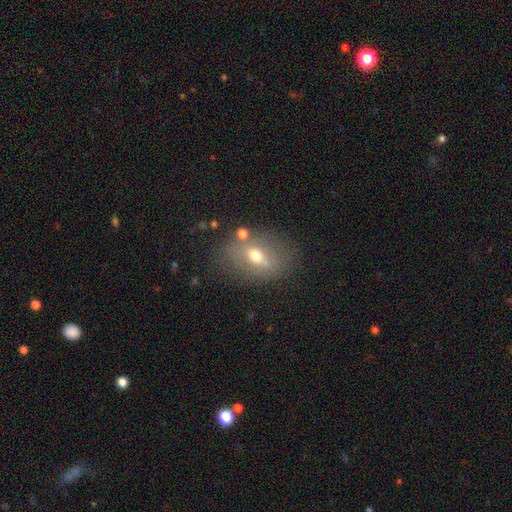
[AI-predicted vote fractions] This is possibly a smooth galaxy (54%). How rounded: likely in between (72%). Merging: likely none (70%).